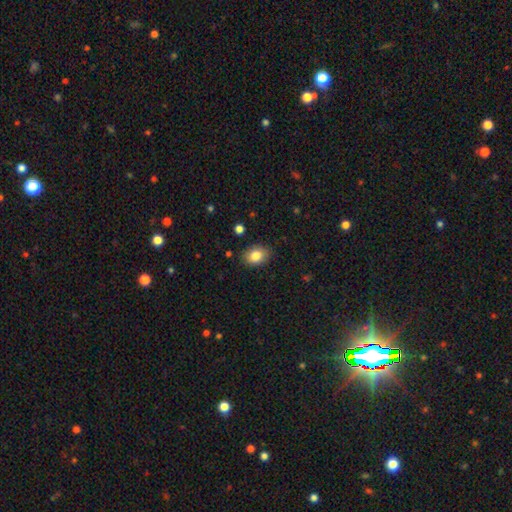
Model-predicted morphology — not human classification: Smooth or featured?
  - smooth: 84% *
  - star or artifact: 9%
  - featured or disk: 7%
How rounded?
  - in between: 73% *
  - round: 26%
  - cigar-shaped: 1%
Merging?
  - none: 86% *
  - minor disturbance: 10%
  - major disturbance: 2%
  - merger: 1%